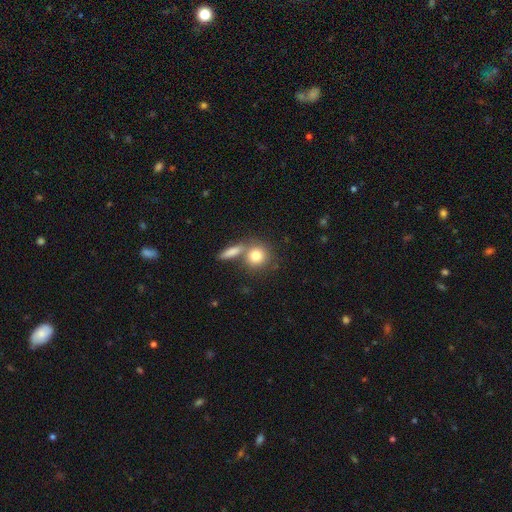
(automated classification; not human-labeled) The model was most divided on "merging": none: 51%, merger: 35%, minor disturbance: 10%, major disturbance: 4%. More confident: how rounded — round (81%); smooth or featured — smooth (80%).